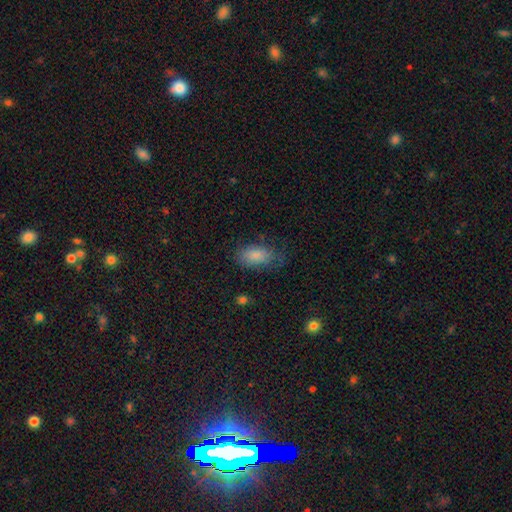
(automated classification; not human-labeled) This appears to be a smooth galaxy with no disk features (81%) that is in between round and cigar-shaped (90%). Merging: none (65%).